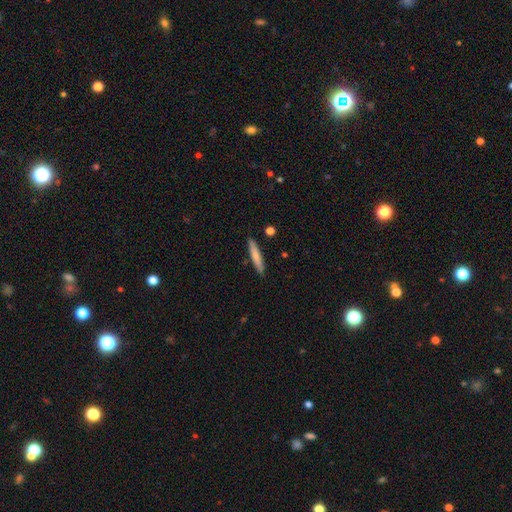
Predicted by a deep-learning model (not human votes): Morphology: type=smooth (75%); roundness=cigar-shaped (92%); merging=none (88%).